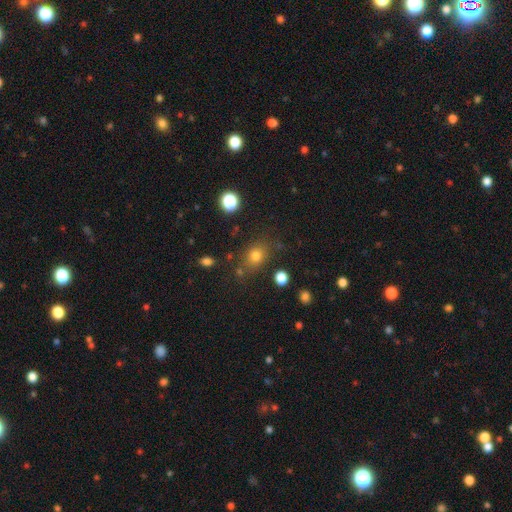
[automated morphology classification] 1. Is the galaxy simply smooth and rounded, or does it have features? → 76% smooth, 15% star or artifact, 9% featured or disk.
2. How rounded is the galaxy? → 50% round, 49% in between, 2% cigar-shaped.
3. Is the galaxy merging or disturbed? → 73% none, 15% minor disturbance, 6% merger, 6% major disturbance.